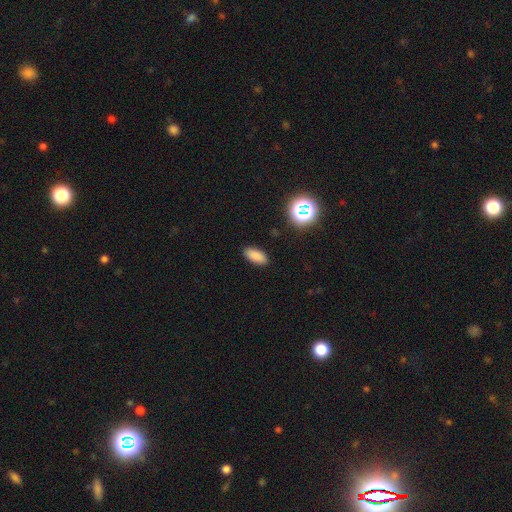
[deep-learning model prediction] smooth-or-featured: smooth: 84% | star or artifact: 11% | featured or disk: 4%
  how-rounded: in between: 85% | cigar-shaped: 12% | round: 3%
  merging: none: 89% | minor disturbance: 8% | major disturbance: 2% | merger: 1%